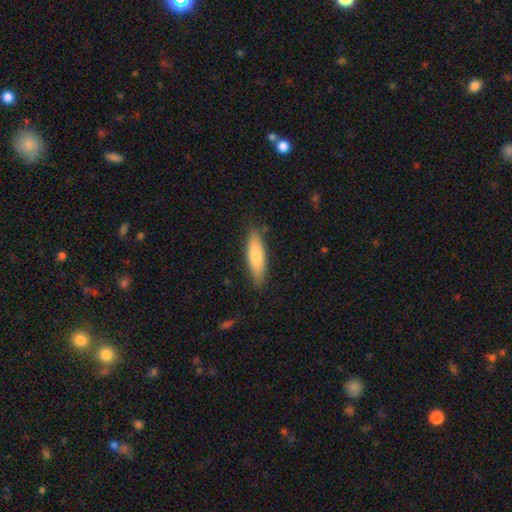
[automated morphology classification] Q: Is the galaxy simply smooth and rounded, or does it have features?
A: smooth — 71%.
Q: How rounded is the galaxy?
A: cigar-shaped — 66%.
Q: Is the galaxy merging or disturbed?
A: none — 85%.